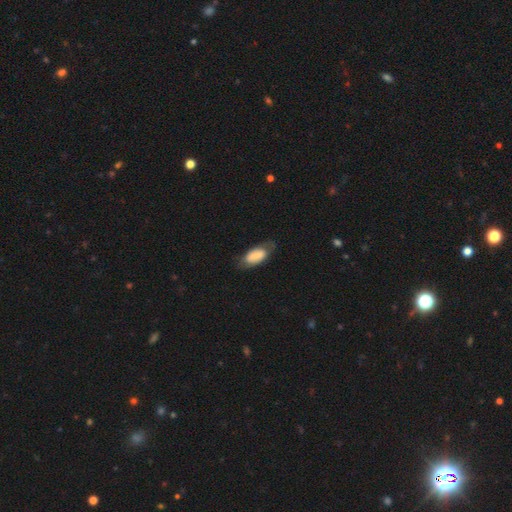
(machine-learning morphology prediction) Smooth or featured? Predicted: smooth (p=0.74). How rounded? Predicted: in between (p=0.89). Merging? Predicted: none (p=0.61).